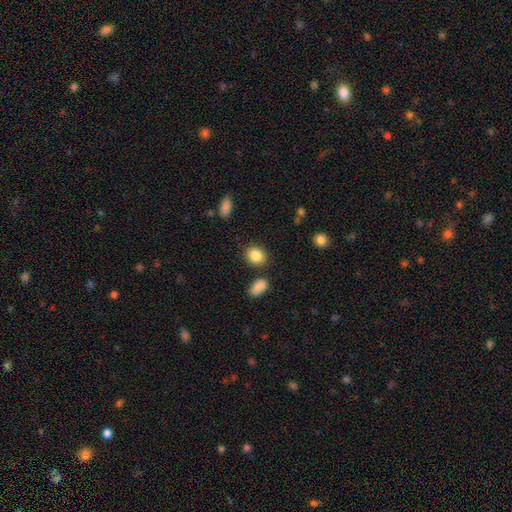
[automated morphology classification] smooth_or_featured: smooth (p=0.86) [alt: star or artifact p=0.08]
how_rounded: in between (p=0.50) [alt: round p=0.49]
merging: none (p=0.84) [alt: minor disturbance p=0.09]